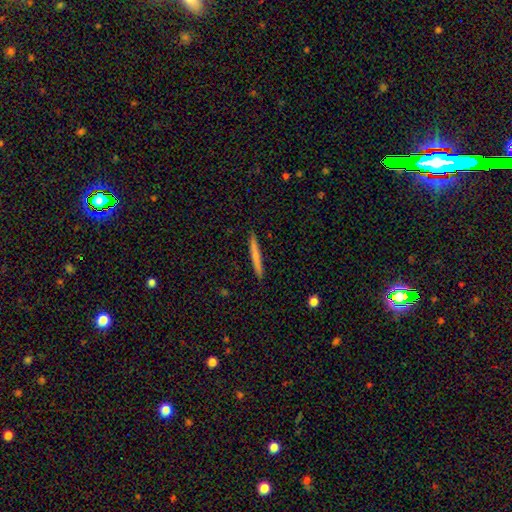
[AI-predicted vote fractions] Q: Smooth or featured?
A: smooth (71%); runner-up: featured or disk (24%)
Q: How rounded?
A: cigar-shaped (96%); runner-up: in between (2%)
Q: Merging?
A: none (92%); runner-up: minor disturbance (6%)